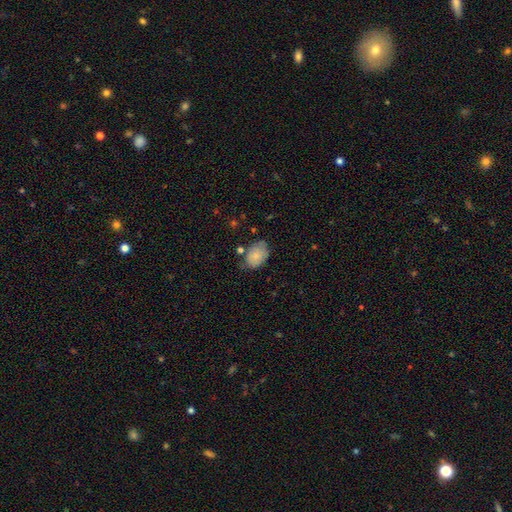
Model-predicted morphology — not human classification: Smooth or featured: smooth — 82% (featured or disk — 11%)
How rounded: in between — 84% (round — 15%)
Merging: none — 63% (minor disturbance — 26%)